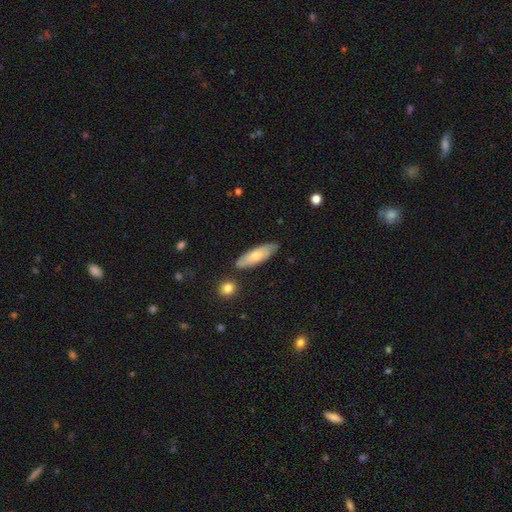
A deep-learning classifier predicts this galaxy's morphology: Q: Smooth or featured?
A: smooth (71%); runner-up: featured or disk (23%)
Q: How rounded?
A: in between (54%); runner-up: cigar-shaped (44%)
Q: Merging?
A: none (80%); runner-up: minor disturbance (14%)